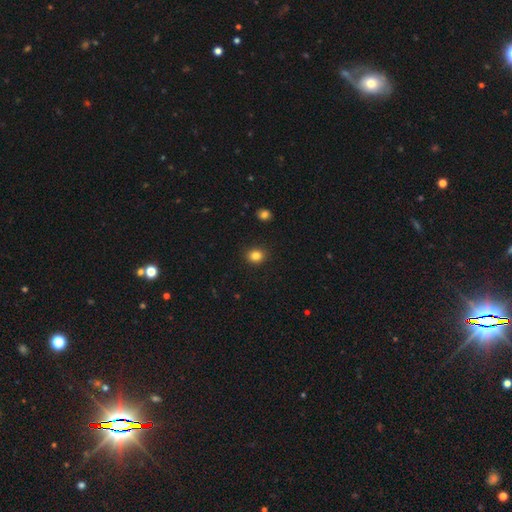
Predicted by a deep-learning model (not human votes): Smooth or featured?
  - smooth: 84% *
  - star or artifact: 11%
  - featured or disk: 5%
How rounded?
  - round: 74% *
  - in between: 25%
  - cigar-shaped: 1%
Merging?
  - none: 91% *
  - minor disturbance: 6%
  - major disturbance: 2%
  - merger: 1%